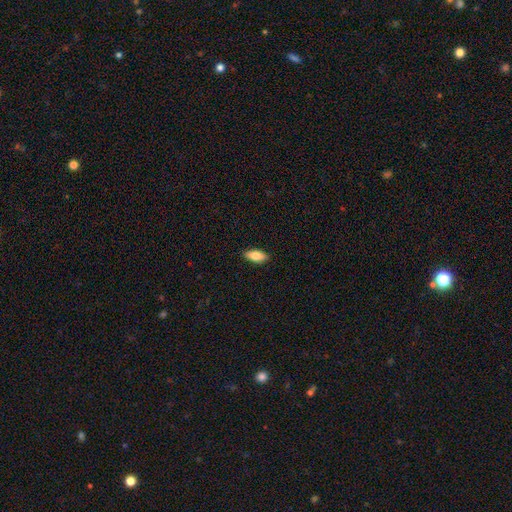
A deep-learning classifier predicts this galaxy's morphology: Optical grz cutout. It shows a smooth galaxy with no disk features (80%) that is in between round and cigar-shaped (82%). Merging: none (89%).